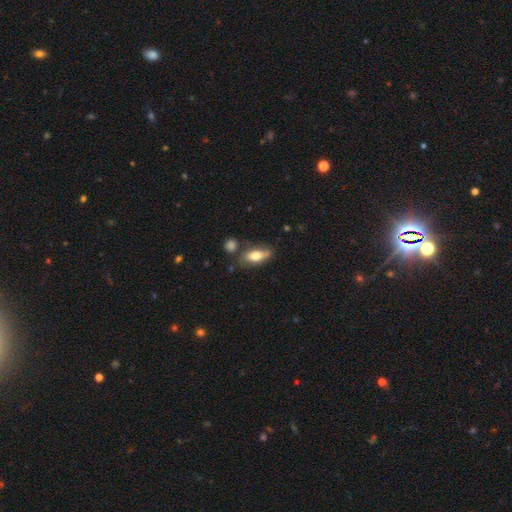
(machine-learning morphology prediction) Smooth or featured?
  - smooth: 69% *
  - featured or disk: 25%
  - star or artifact: 7%
How rounded?
  - in between: 81% *
  - cigar-shaped: 15%
  - round: 4%
Merging?
  - none: 63% *
  - minor disturbance: 21%
  - merger: 10%
  - major disturbance: 5%